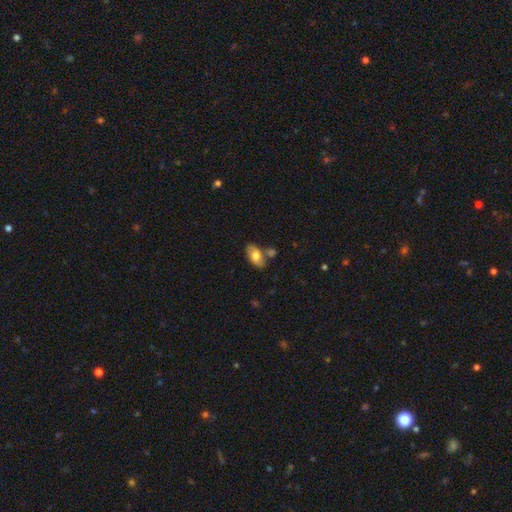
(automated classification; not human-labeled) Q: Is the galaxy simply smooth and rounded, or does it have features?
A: smooth — 69%.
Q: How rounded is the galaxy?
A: in between — 91%.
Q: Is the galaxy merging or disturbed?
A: none — 63%.